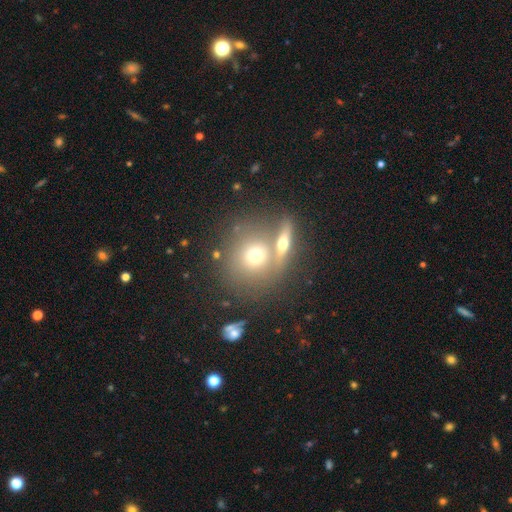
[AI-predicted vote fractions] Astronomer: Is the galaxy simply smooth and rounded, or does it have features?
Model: smooth — 63%.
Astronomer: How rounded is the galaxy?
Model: round — 85%.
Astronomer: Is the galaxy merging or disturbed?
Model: none — 55% (runner-up: merger, 31%).